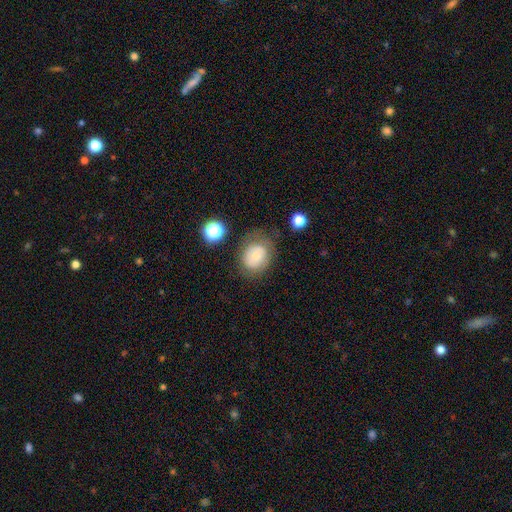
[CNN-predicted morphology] Q: Smooth or featured?
A: smooth (55%); runner-up: featured or disk (35%)
Q: How rounded?
A: round (60%); runner-up: in between (39%)
Q: Merging?
A: none (64%); runner-up: minor disturbance (21%)